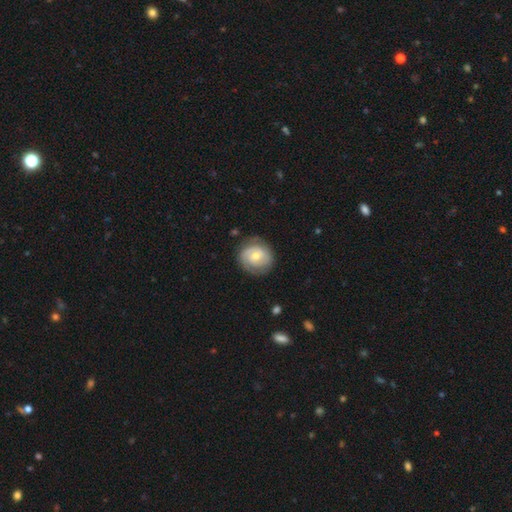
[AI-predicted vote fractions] Smooth or featured?
  - featured or disk: 63% *
  - smooth: 31%
  - star or artifact: 6%
Edge-on disk?
  - no: 98% *
  - yes: 2%
Bar?
  - no: 61% *
  - weak: 33%
  - strong: 7%
Spiral arms?
  - yes: 82% *
  - no: 18%
Spiral winding?
  - tight: 62% *
  - medium: 28%
  - loose: 10%
Spiral arm count?
  - 2: 58% *
  - can't tell: 24%
  - 1: 8%
  - 3: 6%
  - 4: 2%
  - more than 4: 2%
Bulge size?
  - moderate: 57% *
  - small: 38%
  - large: 3%
  - none: 1%
  - dominant: 1%
Merging?
  - none: 77% *
  - minor disturbance: 16%
  - major disturbance: 6%
  - merger: 1%